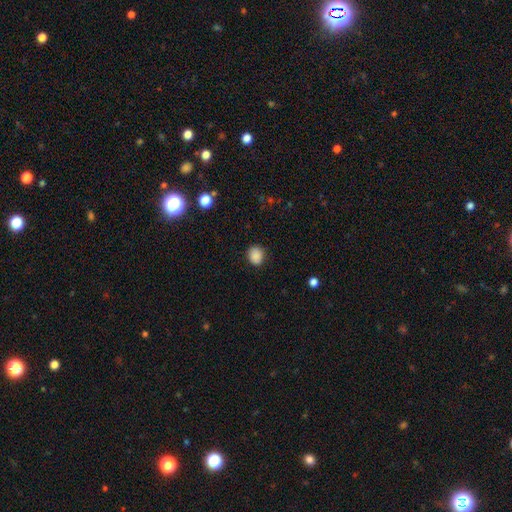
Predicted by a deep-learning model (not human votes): Smooth or featured? smooth (87%)
How rounded? round (69%)
Merging? none (86%)